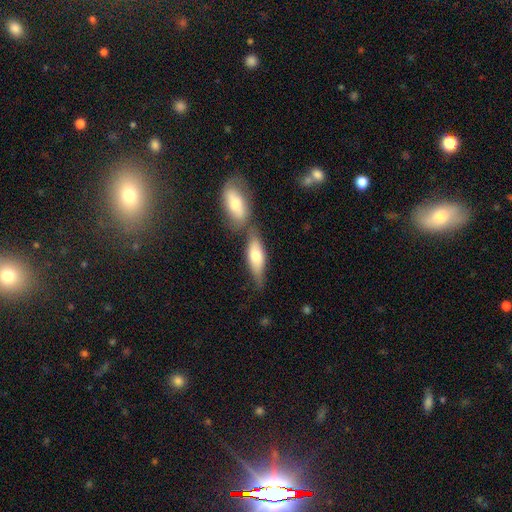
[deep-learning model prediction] Q: Smooth or featured?
A: smooth (66%); runner-up: featured or disk (28%)
Q: How rounded?
A: in between (66%); runner-up: cigar-shaped (31%)
Q: Merging?
A: none (45%); runner-up: merger (35%)